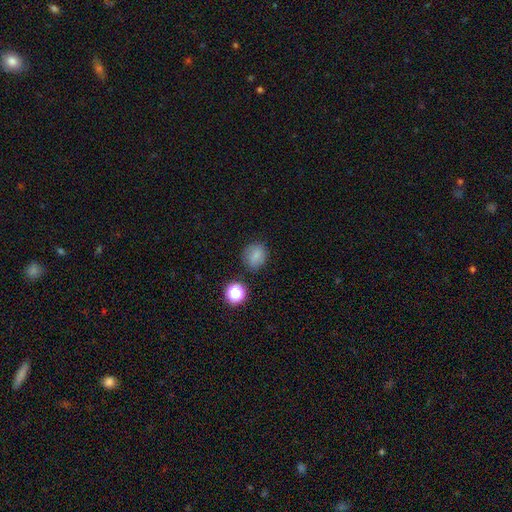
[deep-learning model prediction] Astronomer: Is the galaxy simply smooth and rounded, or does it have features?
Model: smooth — 75%.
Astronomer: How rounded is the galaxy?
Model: round — 75%.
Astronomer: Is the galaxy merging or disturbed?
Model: none — 77%.